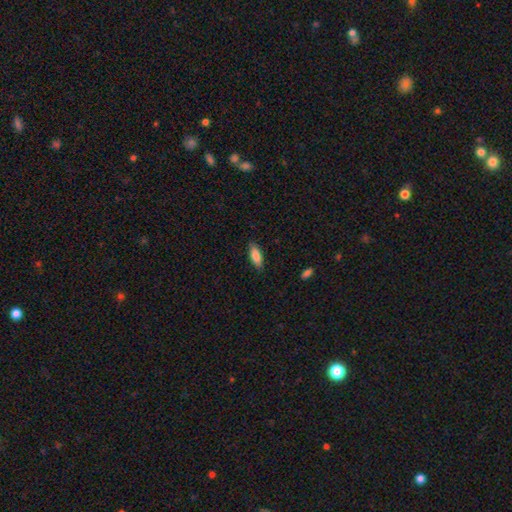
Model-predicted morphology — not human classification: Overall: smooth (85%). How rounded: in between (72%). Merging: none (86%).